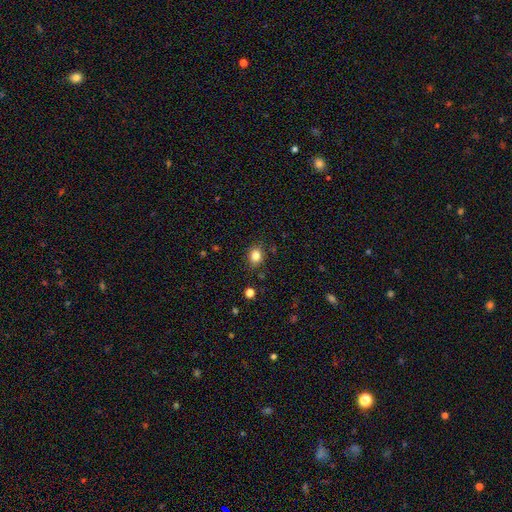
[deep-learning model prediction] Smooth or featured: smooth — 83% (star or artifact — 11%)
How rounded: round — 58% (in between — 41%)
Merging: none — 83% (minor disturbance — 12%)